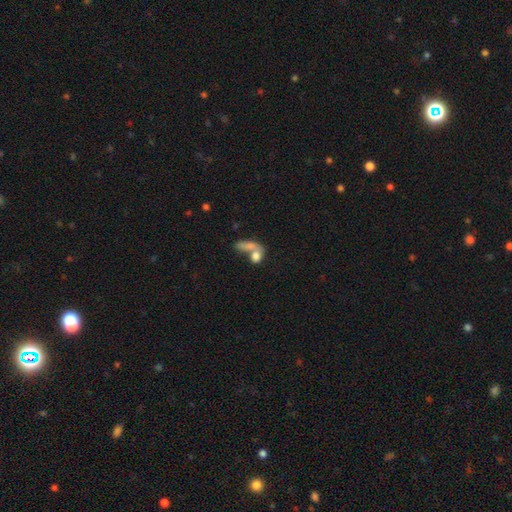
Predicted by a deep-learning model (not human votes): The model was most divided on "how rounded": in between: 56%, round: 35%, cigar-shaped: 9%. More confident: smooth or featured — smooth (75%); merging — merger (56%).